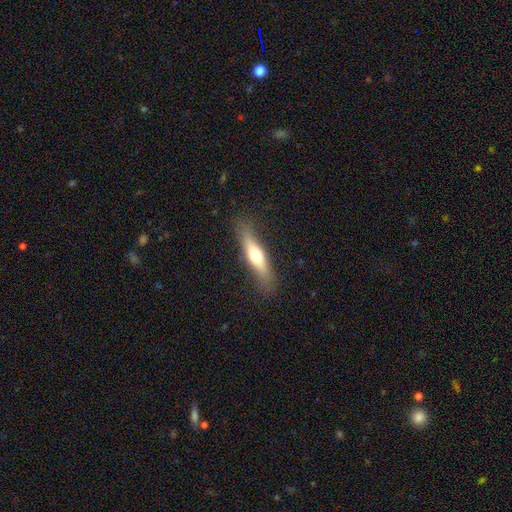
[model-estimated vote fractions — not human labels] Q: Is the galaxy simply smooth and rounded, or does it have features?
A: smooth — 52%.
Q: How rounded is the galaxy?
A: cigar-shaped — 75%.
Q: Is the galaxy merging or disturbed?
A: none — 81%.